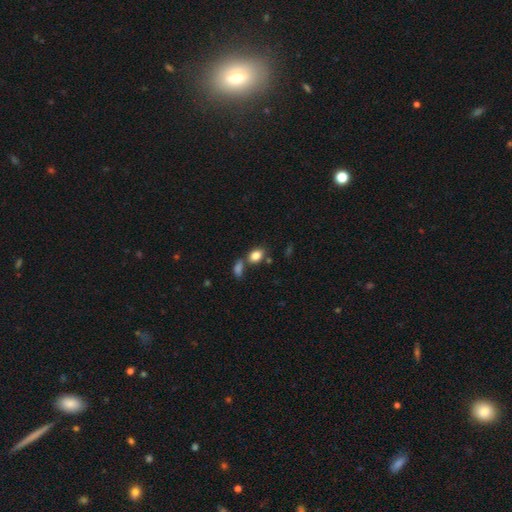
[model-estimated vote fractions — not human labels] smooth 83%, star or artifact 9%, featured or disk 8%. Down the decision tree: how rounded — in between (80%); merging — none (61%).